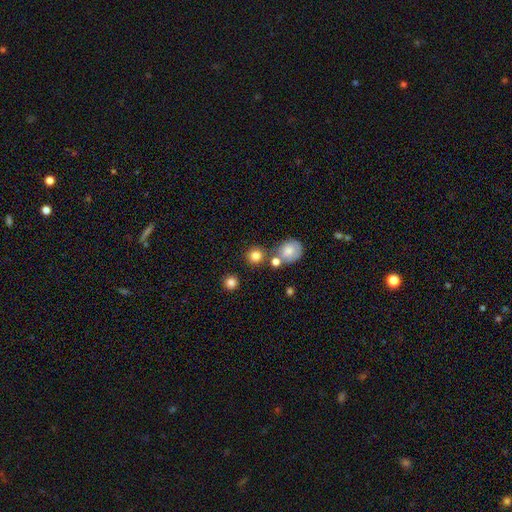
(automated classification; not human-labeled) smooth 81%, star or artifact 12%, featured or disk 7%. Down the decision tree: how rounded — round (89%); merging — none (71%).